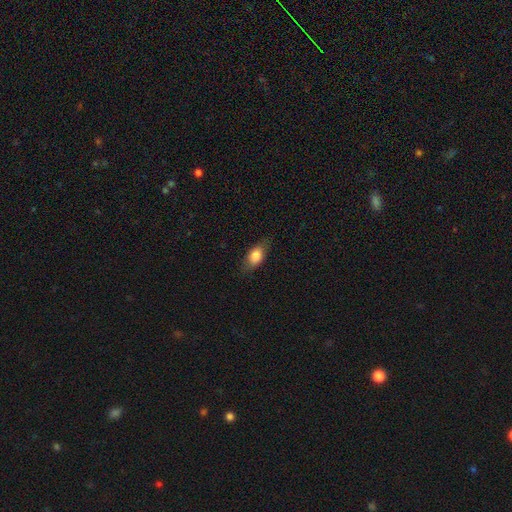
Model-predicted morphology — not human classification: A smooth galaxy with no disk features (81%) that is in between round and cigar-shaped (82%).

Vote fractions:
- Smooth or featured? smooth: 81% / featured or disk: 12% / star or artifact: 7%
- How rounded? in between: 82% / round: 10% / cigar-shaped: 7%
- Merging? none: 76% / minor disturbance: 18% / major disturbance: 5% / merger: 1%